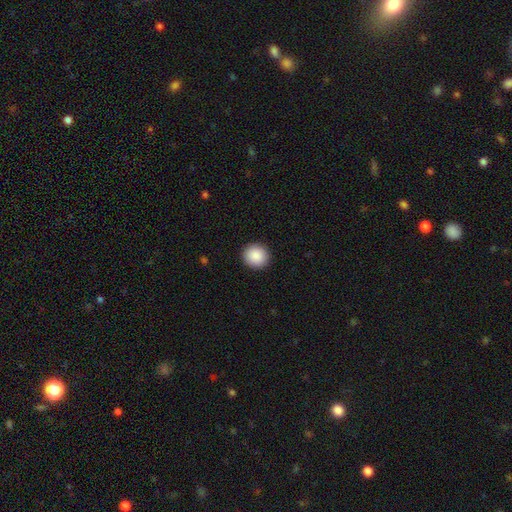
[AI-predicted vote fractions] This appears to be a smooth galaxy with no disk features (89%) that is round (92%). Merging: none (93%).